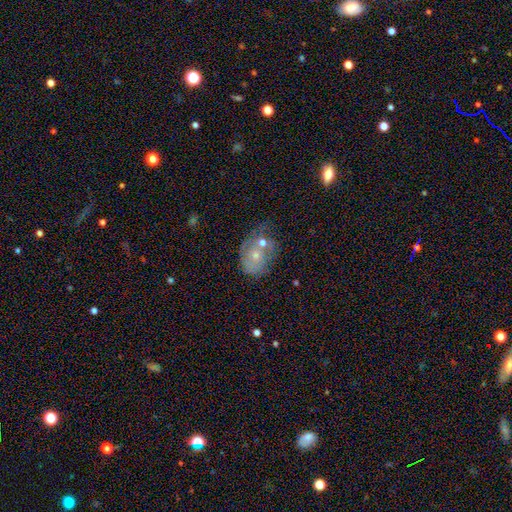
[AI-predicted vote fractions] This is possibly a featured or disk galaxy (47%). Merging: marginally none (34%).